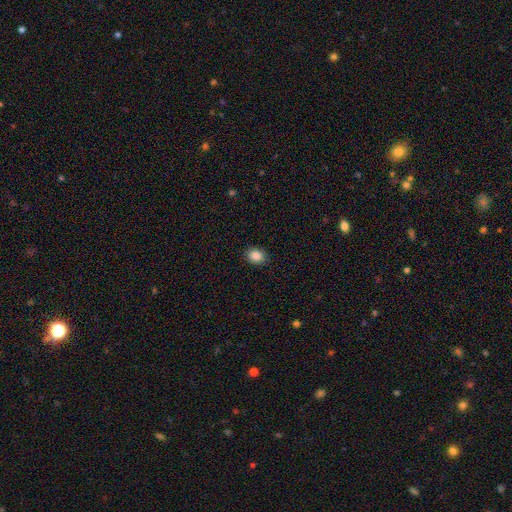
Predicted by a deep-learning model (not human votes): Q: Smooth or featured?
A: smooth (87%); runner-up: star or artifact (9%)
Q: How rounded?
A: round (54%); runner-up: in between (45%)
Q: Merging?
A: none (90%); runner-up: minor disturbance (7%)